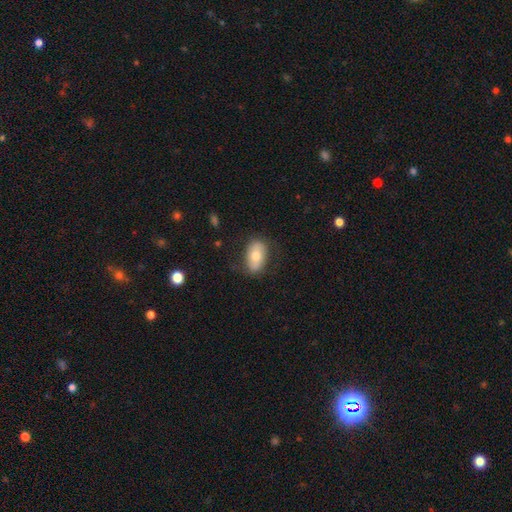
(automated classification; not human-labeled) smooth-or-featured: smooth: 68% | featured or disk: 26% | star or artifact: 7%
  how-rounded: in between: 90% | round: 7% | cigar-shaped: 2%
  merging: none: 76% | minor disturbance: 18% | major disturbance: 5% | merger: 1%